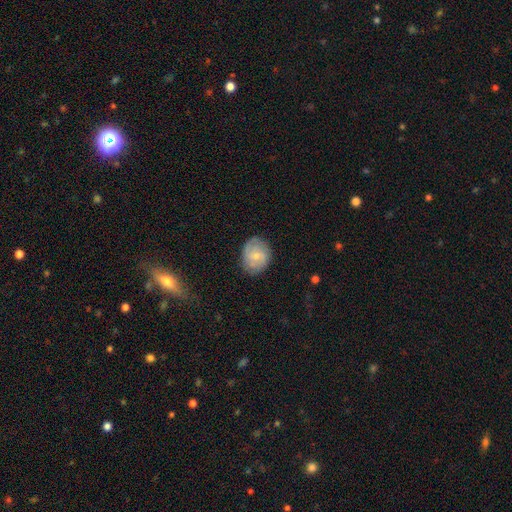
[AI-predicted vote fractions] A smooth galaxy with no disk features (50%). Merging: none (78%).